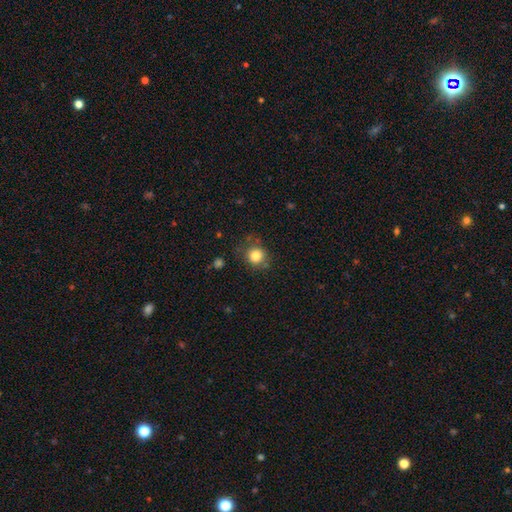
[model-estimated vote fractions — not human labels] Smooth or featured? Predicted: smooth (p=0.82). How rounded? Predicted: round (p=0.89). Merging? Predicted: none (p=0.79).